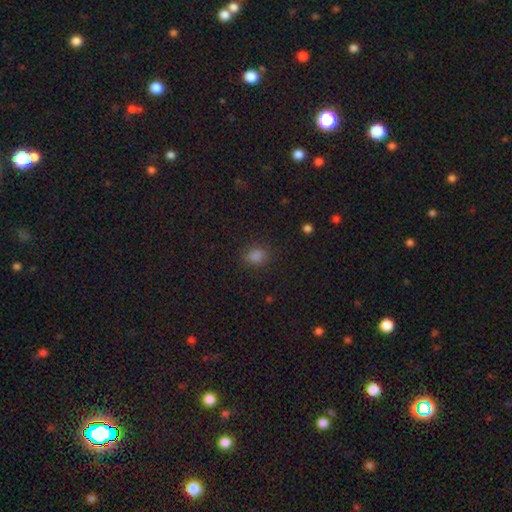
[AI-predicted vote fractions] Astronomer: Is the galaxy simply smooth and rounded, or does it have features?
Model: smooth — 80%.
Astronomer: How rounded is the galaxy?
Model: round — 56% (runner-up: in between, 43%).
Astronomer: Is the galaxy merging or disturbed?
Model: none — 84%.